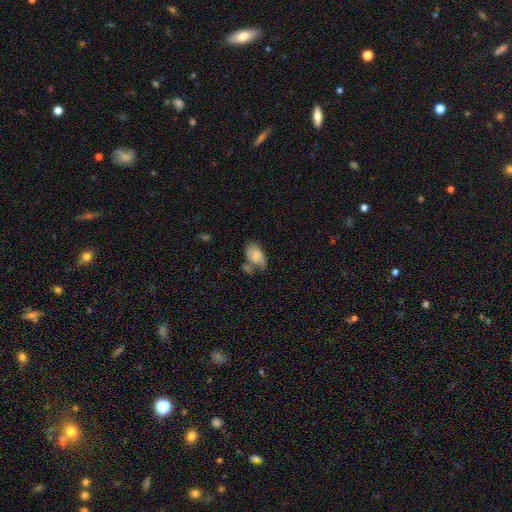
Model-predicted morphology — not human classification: The model was most divided on "merging": none: 31%, minor disturbance: 27%, major disturbance: 22%, merger: 21%. More confident: how rounded — in between (89%); smooth or featured — smooth (65%).